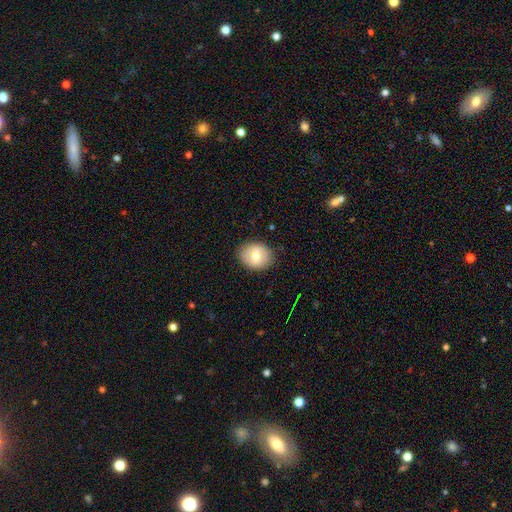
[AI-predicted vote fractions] smooth_or_featured: smooth (p=0.66) [alt: featured or disk p=0.26]
how_rounded: round (p=0.53) [alt: in between p=0.46]
merging: none (p=0.86) [alt: minor disturbance p=0.11]